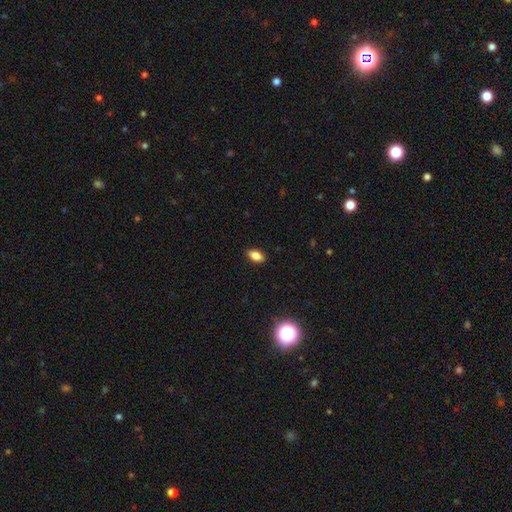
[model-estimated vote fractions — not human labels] Smooth or featured: smooth — 83% (star or artifact — 10%)
How rounded: in between — 88% (round — 7%)
Merging: none — 88% (minor disturbance — 9%)